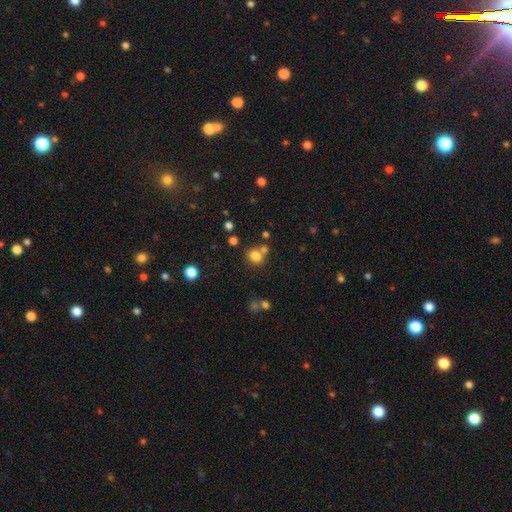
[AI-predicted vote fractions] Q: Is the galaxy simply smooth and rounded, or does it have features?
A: smooth — 79%.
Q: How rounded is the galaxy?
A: round — 70%.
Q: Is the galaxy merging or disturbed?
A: none — 63%.